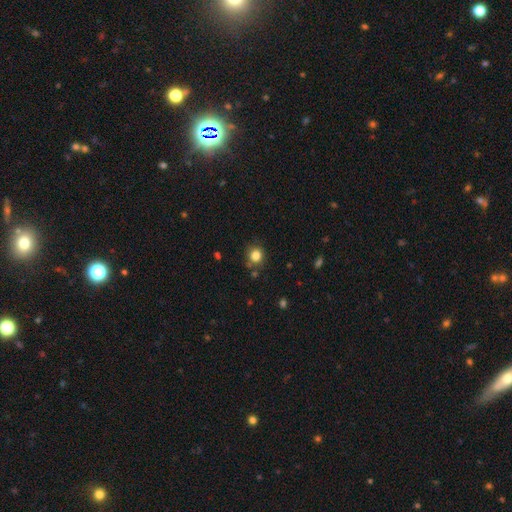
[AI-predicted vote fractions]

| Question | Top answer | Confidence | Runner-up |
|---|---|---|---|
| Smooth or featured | smooth | 83% | star or artifact (12%) |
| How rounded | round | 84% | in between (15%) |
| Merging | none | 78% | minor disturbance (12%) |